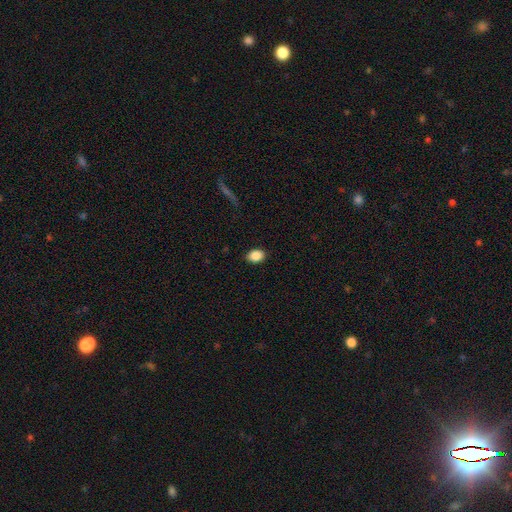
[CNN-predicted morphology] Q: Smooth or featured?
A: smooth (88%); runner-up: star or artifact (8%)
Q: How rounded?
A: in between (73%); runner-up: round (26%)
Q: Merging?
A: none (89%); runner-up: minor disturbance (8%)